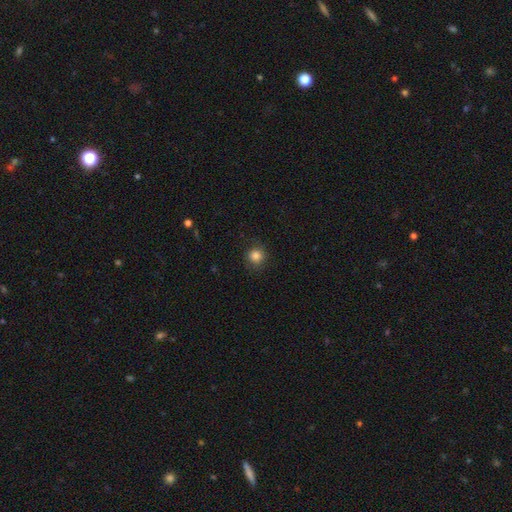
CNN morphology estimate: Smooth or featured? Predicted: smooth (p=0.84). How rounded? Predicted: round (p=0.92). Merging? Predicted: none (p=0.84).